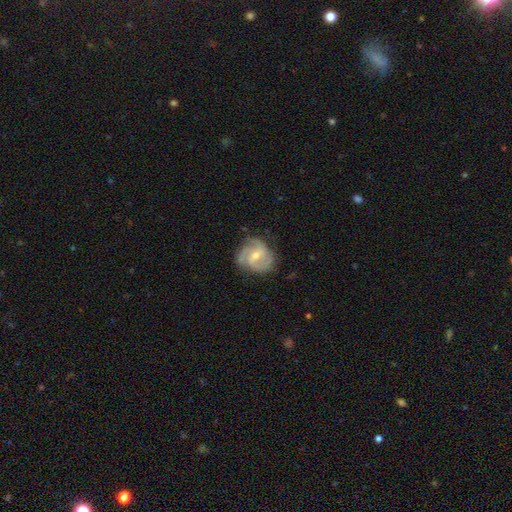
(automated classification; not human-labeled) This appears to be a featured or disk galaxy (79%) with a weak bar (54%), 3 (38%) medium (48%) spiral arms (94%) and a small central bulge (48%, tied with moderate). Merging: none (68%).